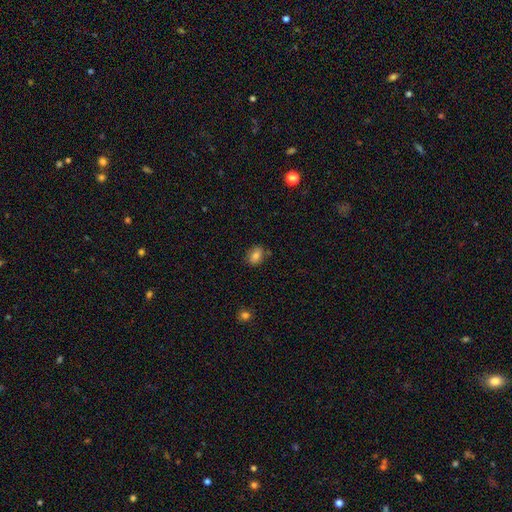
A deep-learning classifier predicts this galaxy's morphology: Smooth or featured? Predicted: smooth (p=0.81). How rounded? Predicted: in between (p=0.66). Merging? Predicted: none (p=0.78).